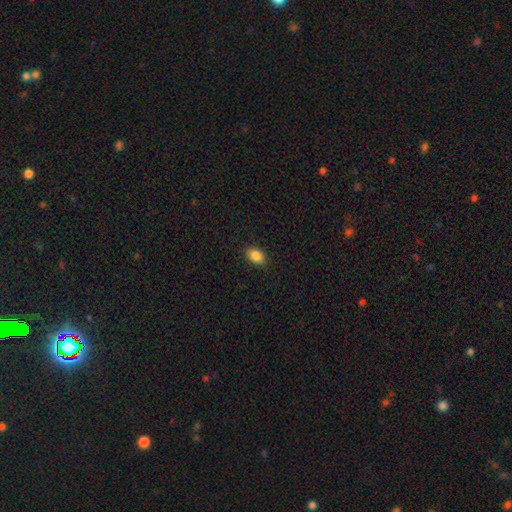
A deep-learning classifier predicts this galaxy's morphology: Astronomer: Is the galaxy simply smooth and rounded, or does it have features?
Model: smooth — 88%.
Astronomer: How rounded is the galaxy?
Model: in between — 82%.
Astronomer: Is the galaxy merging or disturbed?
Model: none — 89%.